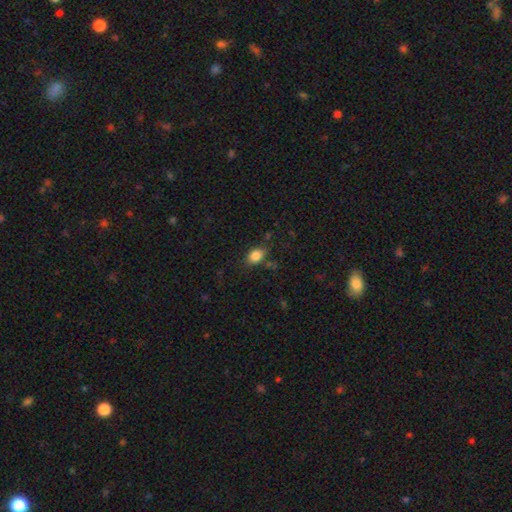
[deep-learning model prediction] Q: Smooth or featured?
A: smooth (85%); runner-up: star or artifact (10%)
Q: How rounded?
A: in between (72%); runner-up: round (26%)
Q: Merging?
A: none (72%); runner-up: minor disturbance (19%)